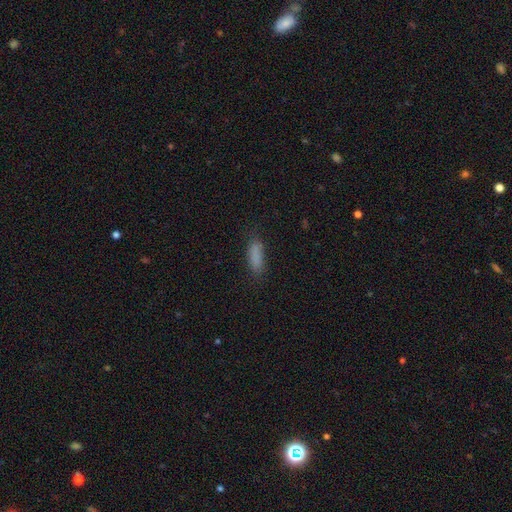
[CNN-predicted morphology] A smooth galaxy with no disk features (83%) that is in between round and cigar-shaped (54%). Merging: none (76%).